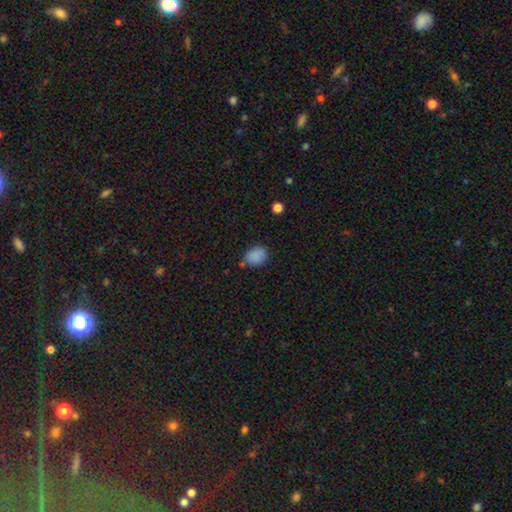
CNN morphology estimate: Smooth or featured?
  - smooth: 86% *
  - star or artifact: 10%
  - featured or disk: 4%
How rounded?
  - in between: 53% *
  - round: 46%
  - cigar-shaped: 1%
Merging?
  - none: 71% *
  - minor disturbance: 19%
  - merger: 6%
  - major disturbance: 4%